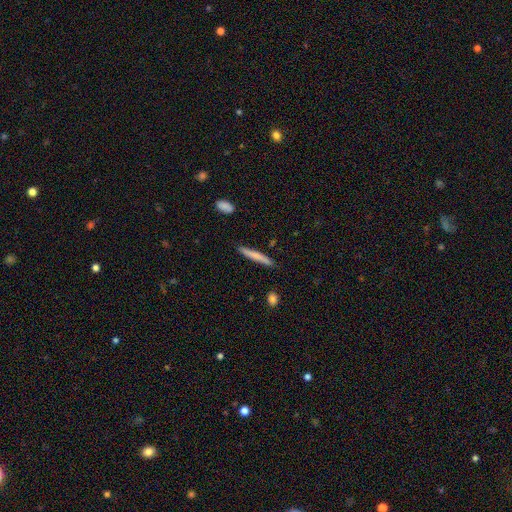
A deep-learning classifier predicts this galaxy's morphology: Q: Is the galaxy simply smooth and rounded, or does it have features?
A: smooth — 70%.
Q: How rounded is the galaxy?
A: cigar-shaped — 95%.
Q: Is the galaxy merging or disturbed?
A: none — 89%.